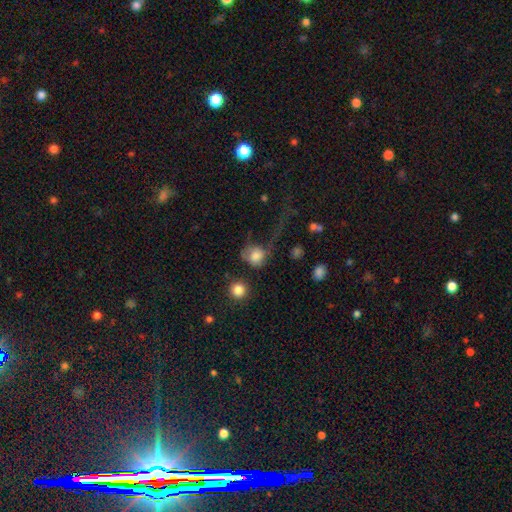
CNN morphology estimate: Smooth or featured?
  - smooth: 74% *
  - featured or disk: 16%
  - star or artifact: 11%
How rounded?
  - round: 79% *
  - in between: 19%
  - cigar-shaped: 1%
Merging?
  - major disturbance: 39% *
  - none: 33%
  - minor disturbance: 18%
  - merger: 9%